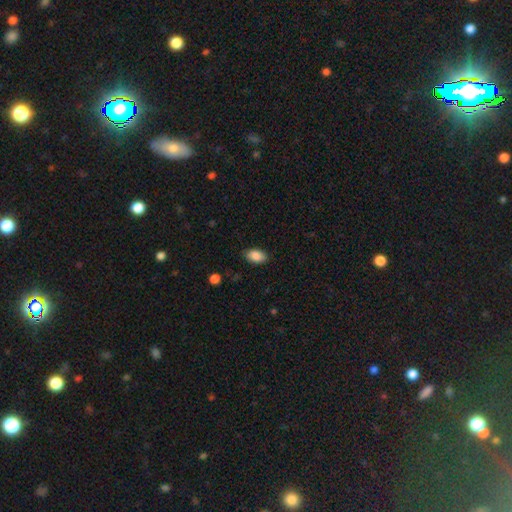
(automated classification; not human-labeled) smooth-or-featured: smooth: 88% | star or artifact: 7% | featured or disk: 5%
  how-rounded: in between: 92% | round: 6% | cigar-shaped: 2%
  merging: none: 85% | minor disturbance: 11% | major disturbance: 2% | merger: 1%